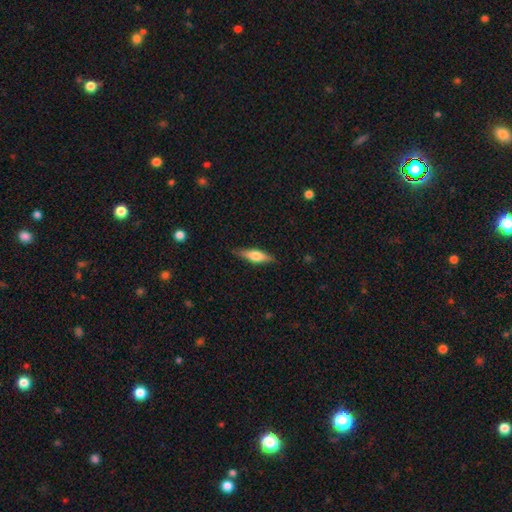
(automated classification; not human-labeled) Smooth or featured?
  - smooth: 54% *
  - featured or disk: 40%
  - star or artifact: 6%
How rounded?
  - cigar-shaped: 62% *
  - in between: 35%
  - round: 2%
Merging?
  - none: 85% *
  - minor disturbance: 12%
  - major disturbance: 2%
  - merger: 1%